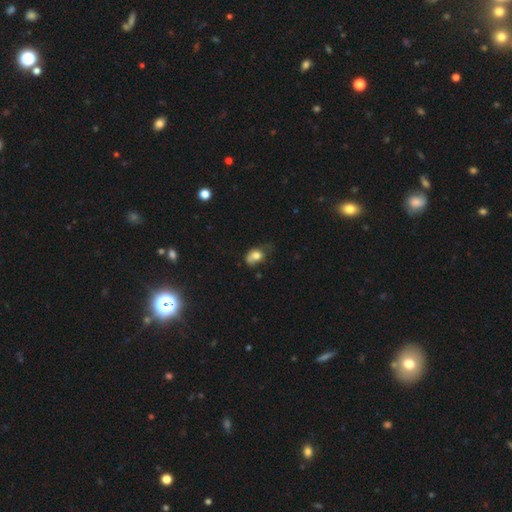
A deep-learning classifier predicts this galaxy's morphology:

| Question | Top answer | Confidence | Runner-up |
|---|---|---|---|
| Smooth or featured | smooth | 71% | featured or disk (18%) |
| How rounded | in between | 68% | round (31%) |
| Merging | minor disturbance | 36% | none (32%) |